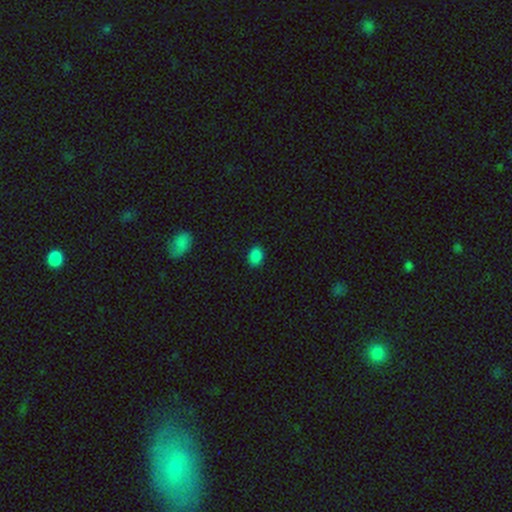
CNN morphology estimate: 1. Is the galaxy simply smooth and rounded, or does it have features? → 86% smooth, 11% star or artifact, 3% featured or disk.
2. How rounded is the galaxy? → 72% in between, 27% round, 1% cigar-shaped.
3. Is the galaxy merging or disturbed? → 88% none, 9% minor disturbance, 2% major disturbance, 1% merger.